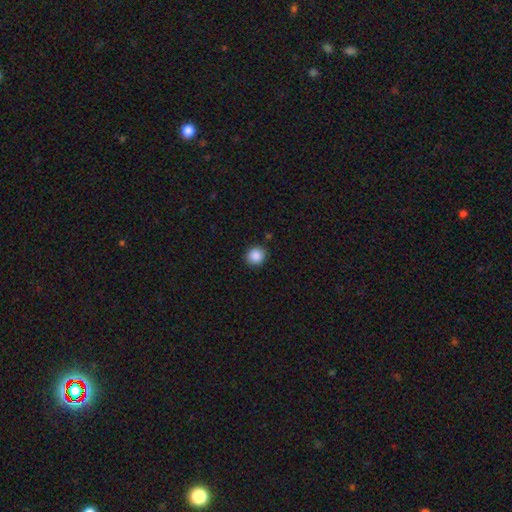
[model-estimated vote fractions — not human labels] This is clearly a smooth galaxy (88%). How rounded: clearly round (91%). Merging: clearly none (90%).